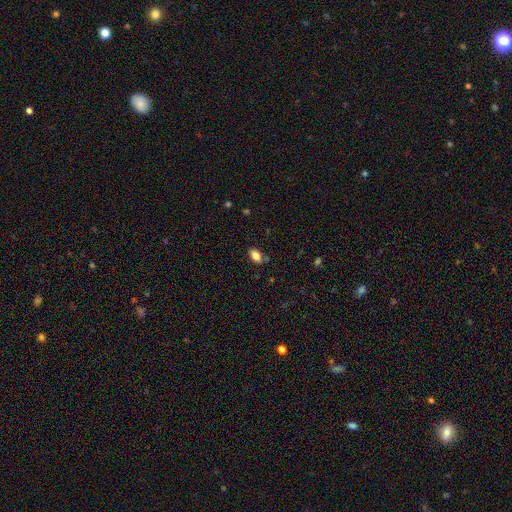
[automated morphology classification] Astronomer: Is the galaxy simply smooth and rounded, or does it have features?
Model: smooth — 84%.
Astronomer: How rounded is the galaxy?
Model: in between — 89%.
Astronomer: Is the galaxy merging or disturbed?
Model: none — 82%.